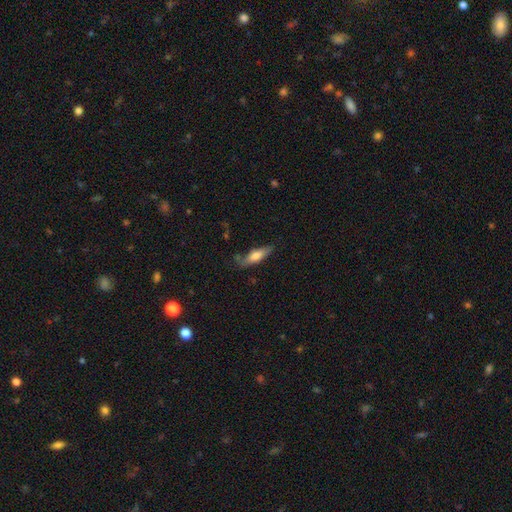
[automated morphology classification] type=smooth (62%); roundness=cigar-shaped (57%); merging=none (65%).